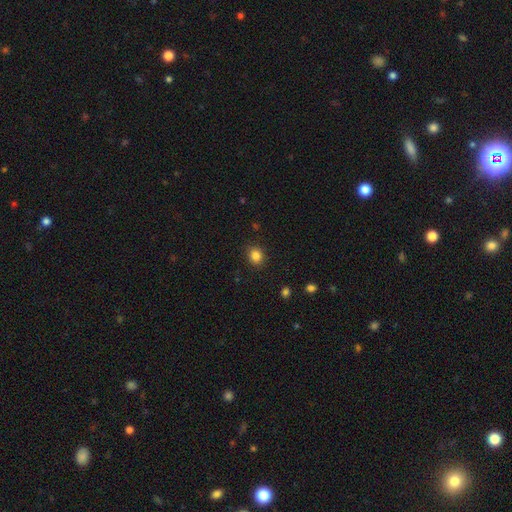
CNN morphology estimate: smooth-or-featured: smooth: 85% | star or artifact: 11% | featured or disk: 4%
  how-rounded: round: 76% | in between: 23% | cigar-shaped: 1%
  merging: none: 90% | minor disturbance: 7% | major disturbance: 2% | merger: 1%